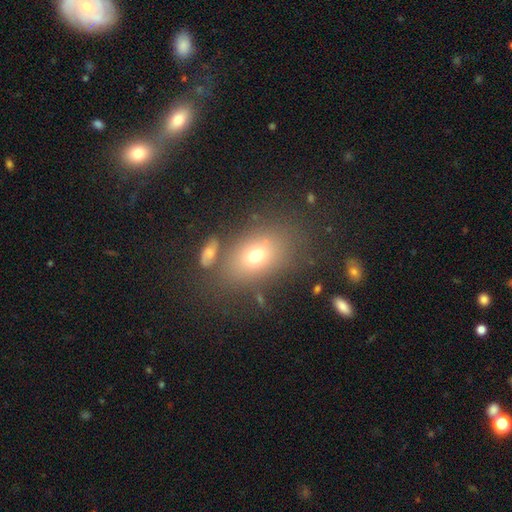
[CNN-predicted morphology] A smooth galaxy with no disk features (69%) that is in between round and cigar-shaped (76%).

Vote fractions:
- Smooth or featured? smooth: 69% / featured or disk: 17% / star or artifact: 14%
- How rounded? in between: 76% / round: 22% / cigar-shaped: 2%
- Merging? none: 72% / minor disturbance: 13% / merger: 8% / major disturbance: 7%